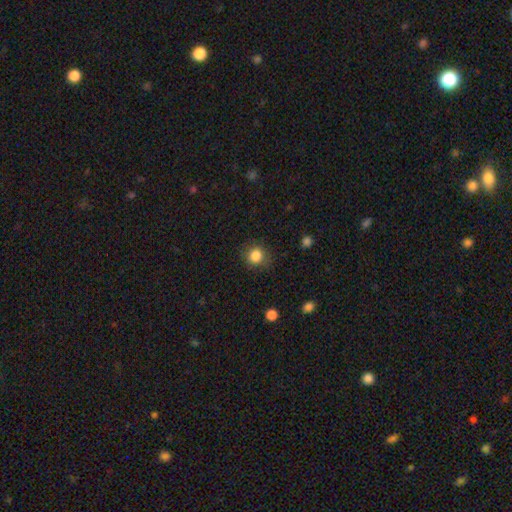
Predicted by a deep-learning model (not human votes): Q: Smooth or featured?
A: smooth (85%); runner-up: star or artifact (11%)
Q: How rounded?
A: round (85%); runner-up: in between (14%)
Q: Merging?
A: none (82%); runner-up: minor disturbance (13%)